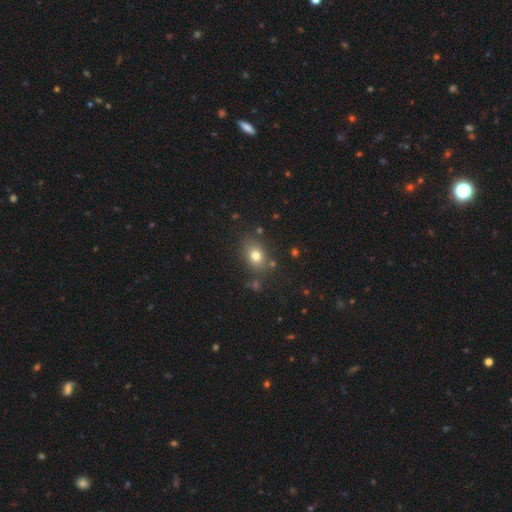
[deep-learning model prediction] smooth_or_featured: smooth (p=0.77) [alt: star or artifact p=0.13]
how_rounded: in between (p=0.63) [alt: round p=0.36]
merging: none (p=0.79) [alt: minor disturbance p=0.13]